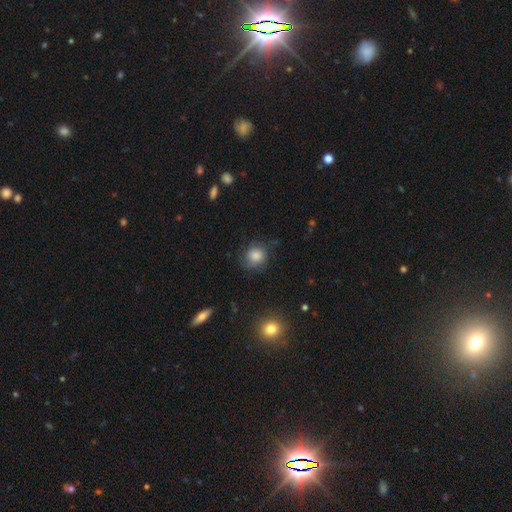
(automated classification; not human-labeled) Smooth or featured: smooth — 64% (featured or disk — 26%)
How rounded: round — 81% (in between — 18%)
Merging: none — 67% (minor disturbance — 21%)